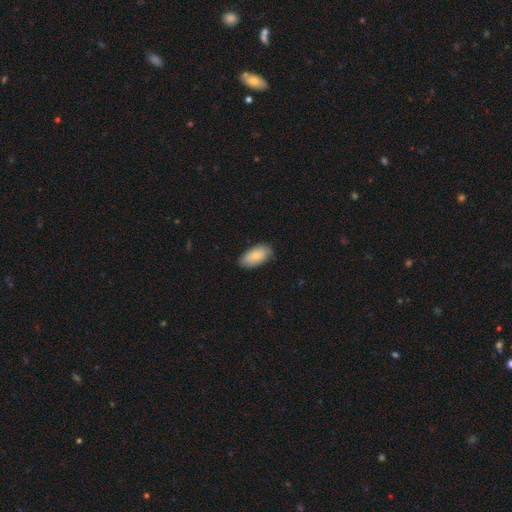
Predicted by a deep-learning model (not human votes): This appears to be a smooth galaxy with no disk features (78%) that is in between round and cigar-shaped (94%). Merging: none (77%).